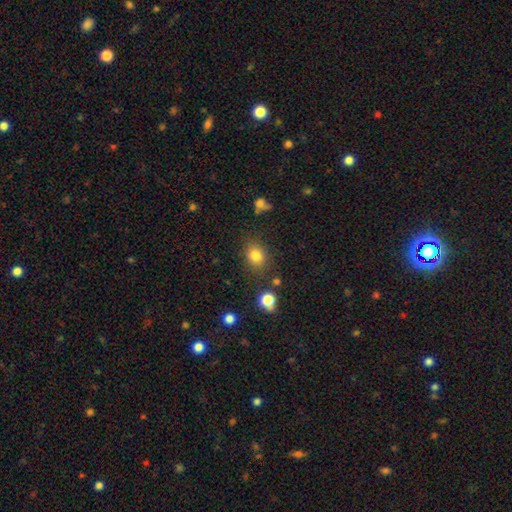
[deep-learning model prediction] This appears to be a smooth galaxy with no disk features (80%) that is round (56%). Merging: none (79%).